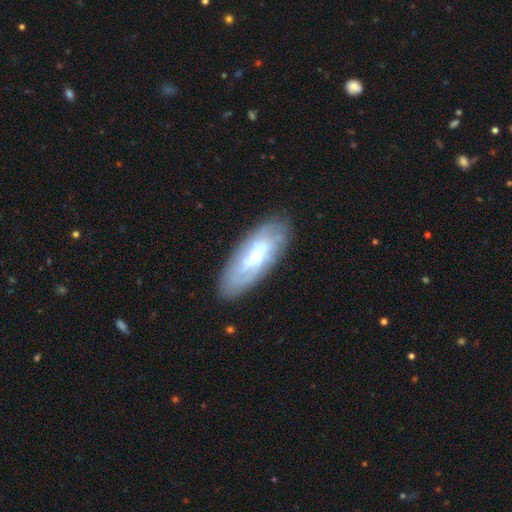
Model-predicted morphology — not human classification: A featured or disk galaxy (60%) with no bar (62%), spiral arms (78%) and a small central bulge (45%).

Vote fractions:
- Smooth or featured? featured or disk: 60% / smooth: 33% / star or artifact: 7%
- Edge-on disk? no: 85% / yes: 15%
- Bar? no: 62% / weak: 31% / strong: 7%
- Spiral arms? yes: 78% / no: 22%
- Bulge size? small: 45% / moderate: 36% / none: 9% / large: 8% / dominant: 2%
- Merging? none: 79% / minor disturbance: 15% / major disturbance: 4% / merger: 2%